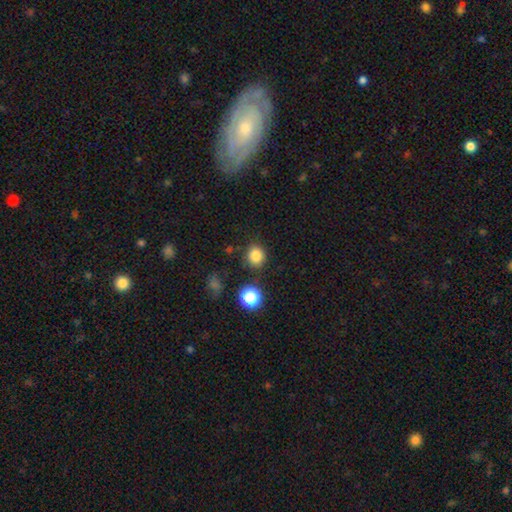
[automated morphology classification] Smooth or featured: smooth — 82% (star or artifact — 13%)
How rounded: round — 83% (in between — 16%)
Merging: none — 83% (minor disturbance — 10%)